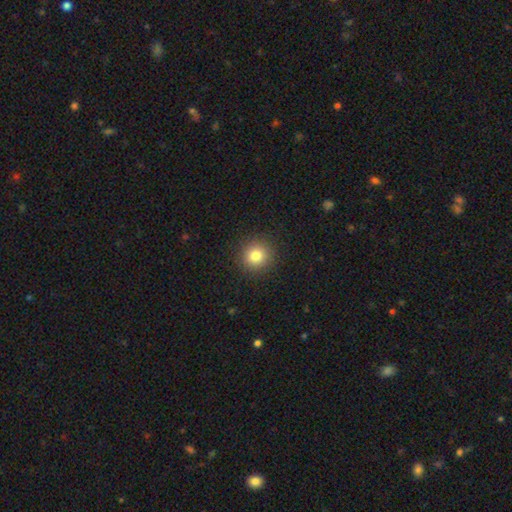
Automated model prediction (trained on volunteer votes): This appears to be a smooth galaxy with no disk features (82%) that is round (93%). Merging: none (91%).